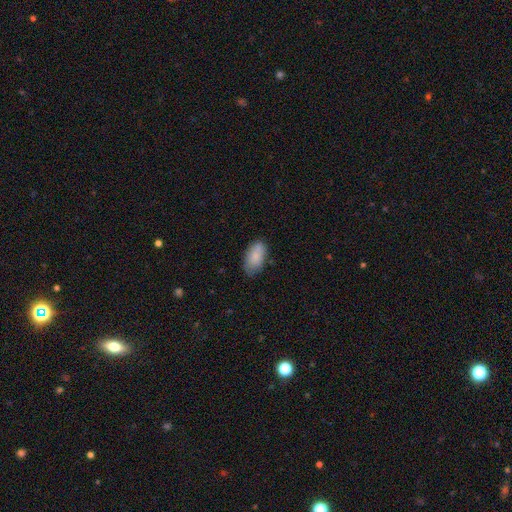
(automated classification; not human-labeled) This is clearly a smooth galaxy (83%). How rounded: clearly in between (93%). Merging: likely none (69%).